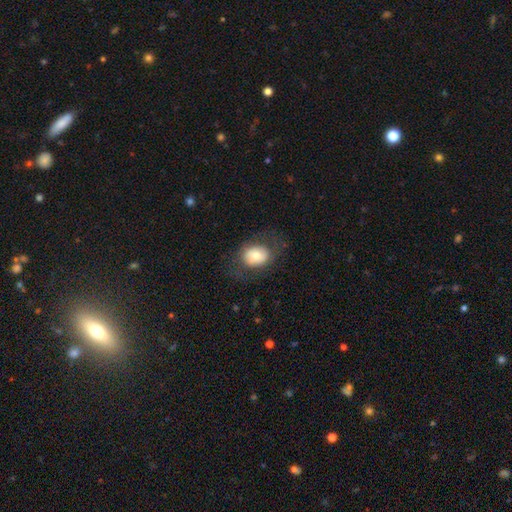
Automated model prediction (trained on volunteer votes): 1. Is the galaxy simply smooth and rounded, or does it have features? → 69% smooth, 23% featured or disk, 8% star or artifact.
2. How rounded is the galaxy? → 63% in between, 36% round, 1% cigar-shaped.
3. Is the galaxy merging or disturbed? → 70% none, 17% minor disturbance, 12% major disturbance, 1% merger.